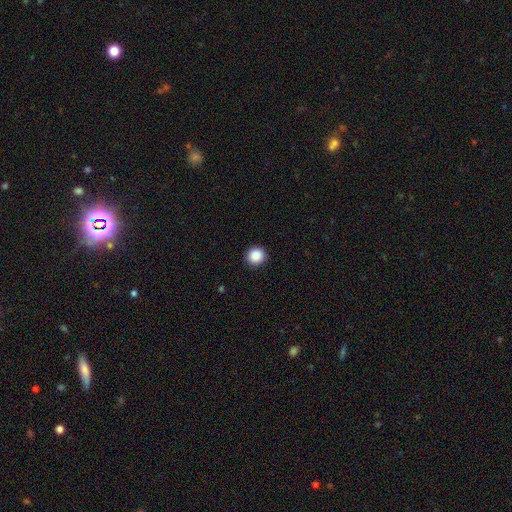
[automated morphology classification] Smooth or featured? smooth (88%)
How rounded? round (92%)
Merging? none (92%)